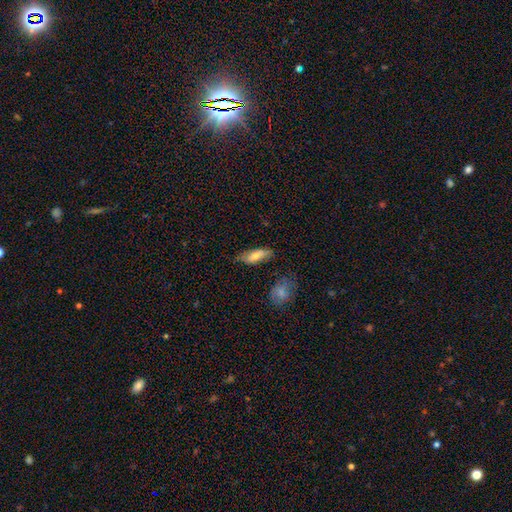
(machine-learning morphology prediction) This is likely a smooth galaxy (69%). How rounded: likely in between (69%). Merging: likely none (71%).